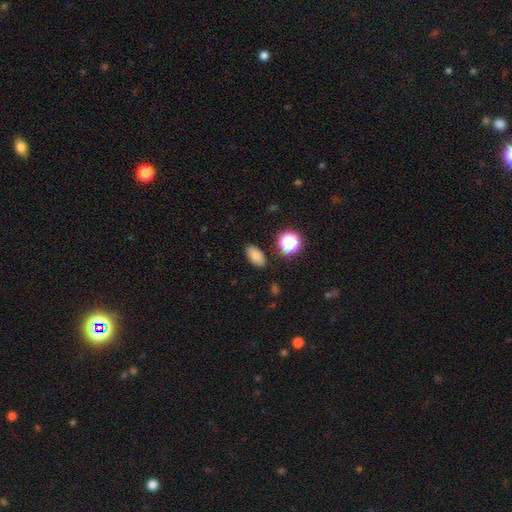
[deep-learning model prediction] smooth_or_featured: smooth (p=0.82) [alt: star or artifact p=0.13]
how_rounded: in between (p=0.89) [alt: round p=0.08]
merging: none (p=0.86) [alt: minor disturbance p=0.09]